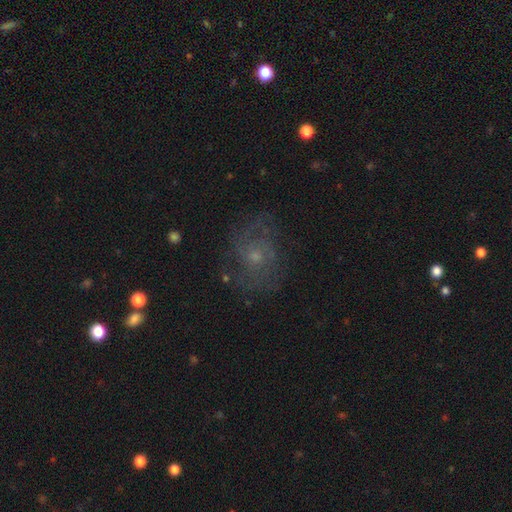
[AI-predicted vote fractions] This is likely a featured or disk galaxy (60%). It is clearly not viewed edge-on (97%). Bar: likely no (80%). Spiral arm pattern: likely yes (78%). Central bulge: possibly small (56%). Merging: likely none (69%).